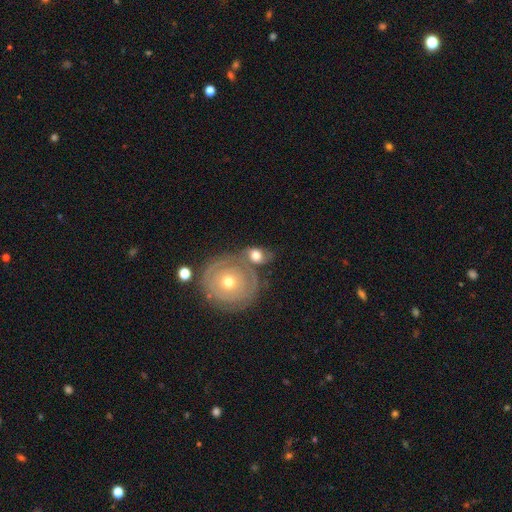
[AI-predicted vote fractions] Smooth or featured?
  - featured or disk: 52% *
  - smooth: 41%
  - star or artifact: 7%
Edge-on disk?
  - no: 96% *
  - yes: 4%
Merging?
  - merger: 40% *
  - none: 36%
  - minor disturbance: 14%
  - major disturbance: 9%